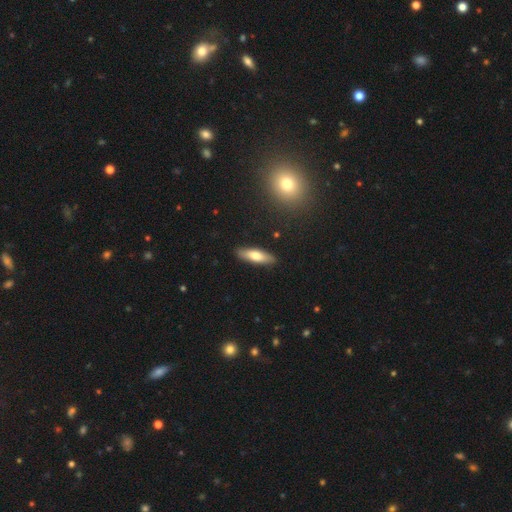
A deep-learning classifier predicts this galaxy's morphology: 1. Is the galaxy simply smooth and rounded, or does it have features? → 68% smooth, 26% featured or disk, 6% star or artifact.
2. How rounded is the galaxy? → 54% cigar-shaped, 44% in between, 2% round.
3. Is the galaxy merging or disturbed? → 88% none, 9% minor disturbance, 2% major disturbance, 1% merger.